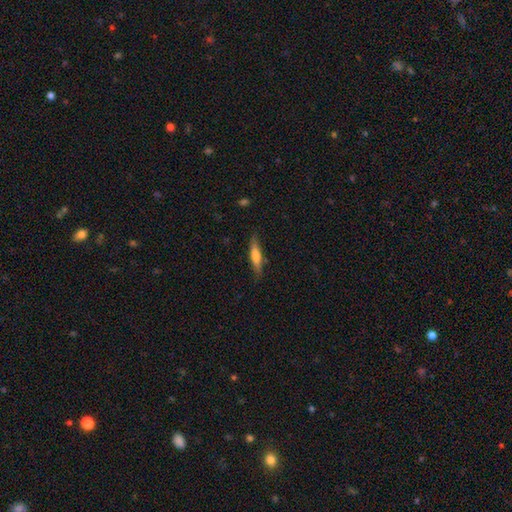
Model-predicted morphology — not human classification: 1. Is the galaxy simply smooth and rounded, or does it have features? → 56% smooth, 38% featured or disk, 6% star or artifact.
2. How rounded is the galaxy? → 83% cigar-shaped, 15% in between, 2% round.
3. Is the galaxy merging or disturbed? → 84% none, 12% minor disturbance, 3% major disturbance, 1% merger.